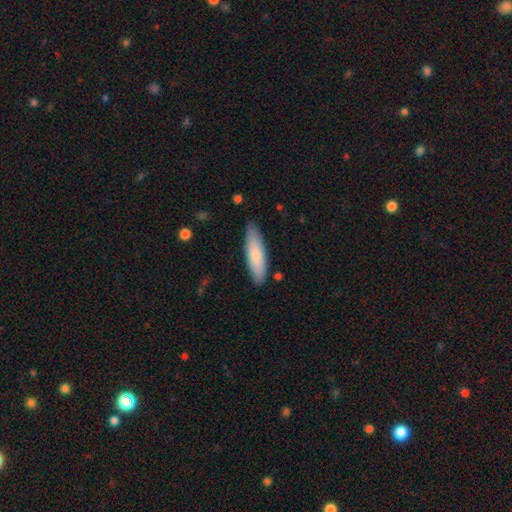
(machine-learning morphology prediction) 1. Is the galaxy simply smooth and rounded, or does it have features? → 81% smooth, 14% featured or disk, 5% star or artifact.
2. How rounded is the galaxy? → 63% cigar-shaped, 35% in between, 1% round.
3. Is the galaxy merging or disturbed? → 87% none, 10% minor disturbance, 2% major disturbance, 1% merger.